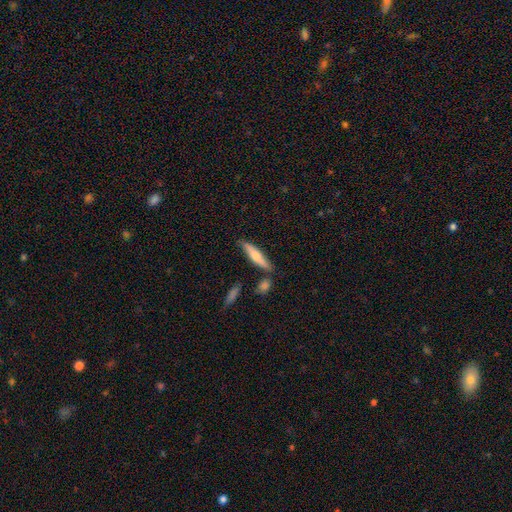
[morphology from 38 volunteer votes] Volunteers were most divided on "smooth or featured": featured or disk: 55%, smooth: 45%, star or artifact: 0%. More confident: edge-on disk — yes (100%); edge-on bulge — rounded (90%); merging — none (76%).